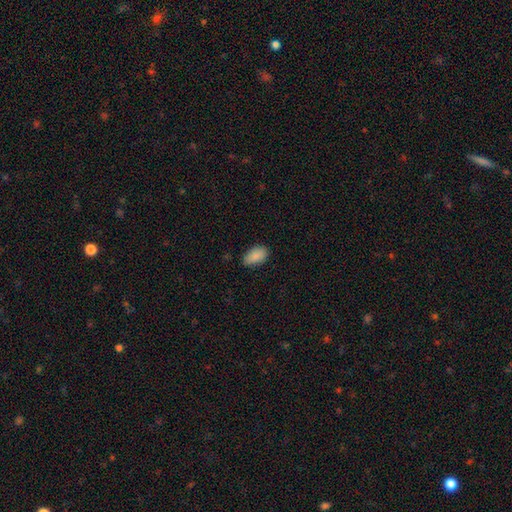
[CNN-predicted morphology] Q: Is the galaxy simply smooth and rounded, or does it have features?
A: smooth — 88%.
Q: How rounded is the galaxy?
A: in between — 93%.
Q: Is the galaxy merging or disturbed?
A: none — 81%.